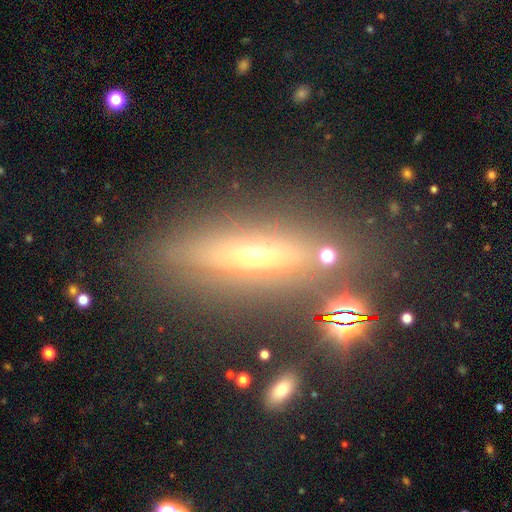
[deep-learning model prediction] Smooth or featured?
  - featured or disk: 48% *
  - smooth: 34%
  - star or artifact: 18%
Merging?
  - none: 78% *
  - minor disturbance: 12%
  - major disturbance: 6%
  - merger: 4%